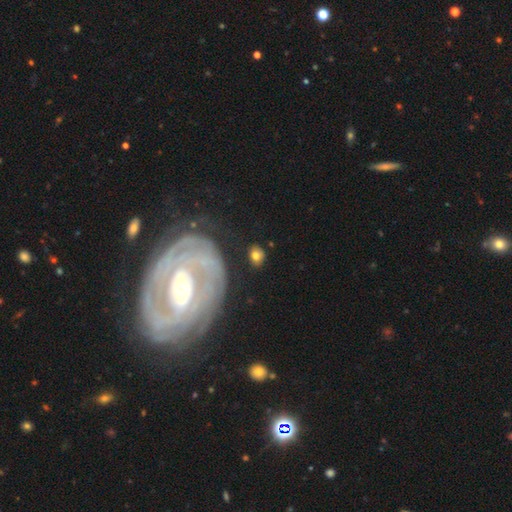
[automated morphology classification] Overall: smooth (71%). How rounded: round (54%; in between 44%). Merging: none (74%).